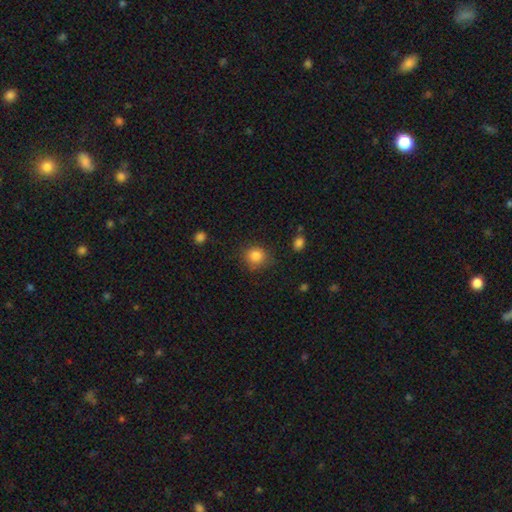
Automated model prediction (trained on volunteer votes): A smooth galaxy with no disk features (84%) that is round (86%).

Vote fractions:
- Smooth or featured? smooth: 84% / star or artifact: 11% / featured or disk: 5%
- How rounded? round: 86% / in between: 13% / cigar-shaped: 1%
- Merging? none: 82% / minor disturbance: 13% / major disturbance: 4% / merger: 2%